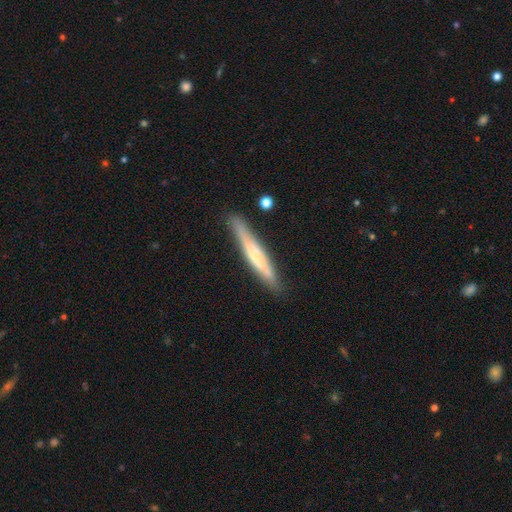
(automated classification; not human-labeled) A featured or disk galaxy (50%) viewed edge-on (90%). Merging: none (81%).